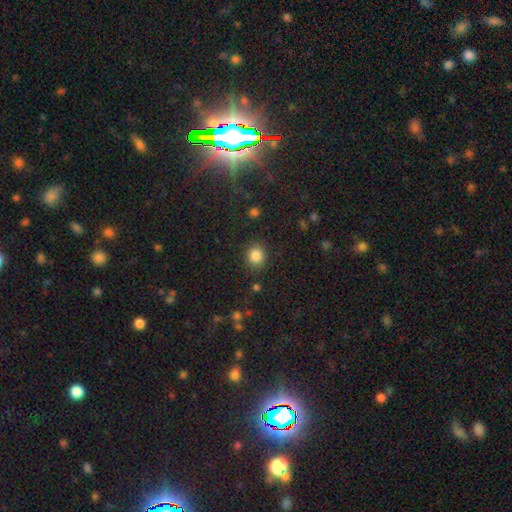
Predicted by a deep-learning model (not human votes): Q: Smooth or featured?
A: smooth (85%); runner-up: star or artifact (11%)
Q: How rounded?
A: round (79%); runner-up: in between (20%)
Q: Merging?
A: none (86%); runner-up: minor disturbance (8%)